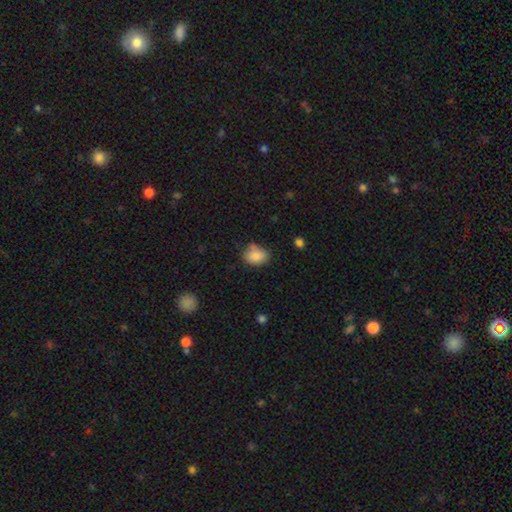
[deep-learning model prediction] Smooth or featured? smooth (85%)
How rounded? in between (66%)
Merging? none (62%)